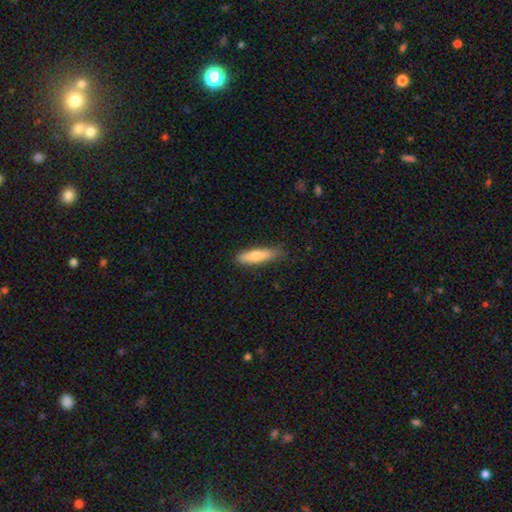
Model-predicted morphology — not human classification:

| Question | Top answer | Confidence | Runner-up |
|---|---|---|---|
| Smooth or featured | smooth | 75% | featured or disk (19%) |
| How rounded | cigar-shaped | 73% | in between (26%) |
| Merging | none | 79% | minor disturbance (17%) |